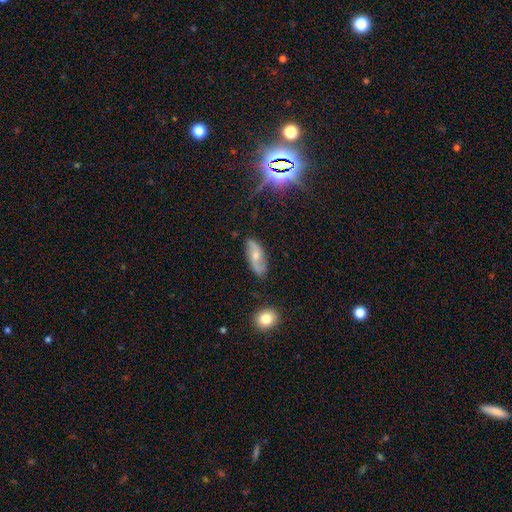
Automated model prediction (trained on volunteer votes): Overall: featured or disk (61%; smooth 31%). Edge-on disk: no (88%). Bar: no (58%; weak 32%). Spiral arms: yes (87%). Bulge size: small (49%; moderate 44%). Merging: none (77%).